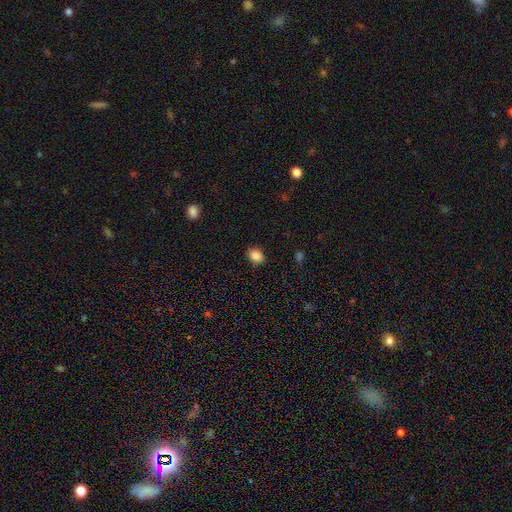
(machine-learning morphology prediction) smooth-or-featured: smooth: 86% | star or artifact: 9% | featured or disk: 4%
  how-rounded: in between: 58% | round: 41% | cigar-shaped: 1%
  merging: none: 87% | minor disturbance: 10% | major disturbance: 2% | merger: 1%